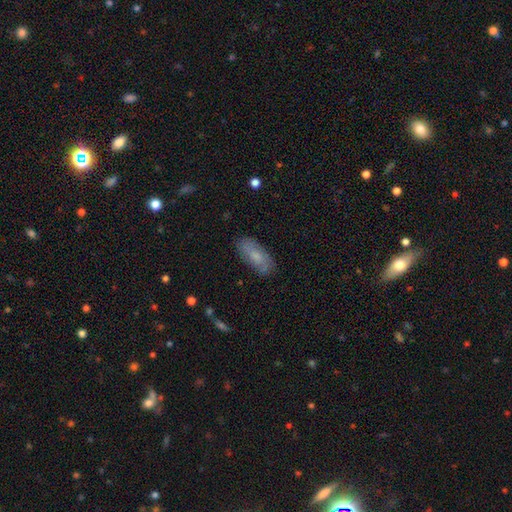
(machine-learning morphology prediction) This appears to be a smooth galaxy with no disk features (66%) that is in between round and cigar-shaped (83%). Merging: none (82%).